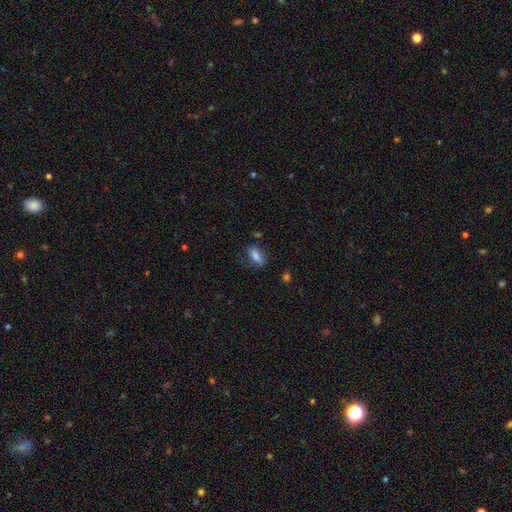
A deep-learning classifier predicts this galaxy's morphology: This appears to be a smooth galaxy with no disk features (78%) that is in between round and cigar-shaped (77%). Merging: none (64%).